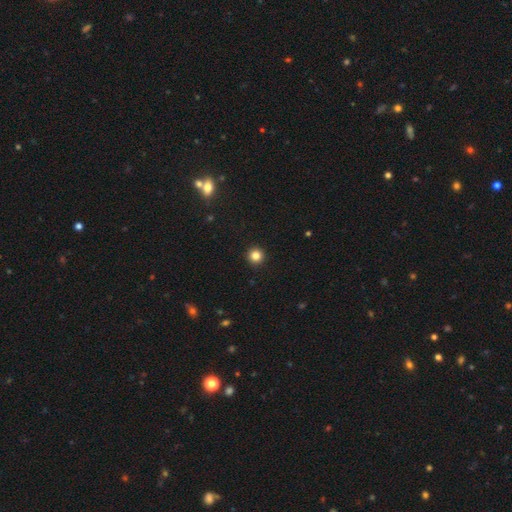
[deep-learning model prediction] smooth_or_featured: smooth (p=0.83) [alt: star or artifact p=0.12]
how_rounded: round (p=0.96) [alt: in between p=0.03]
merging: none (p=0.94) [alt: minor disturbance p=0.04]